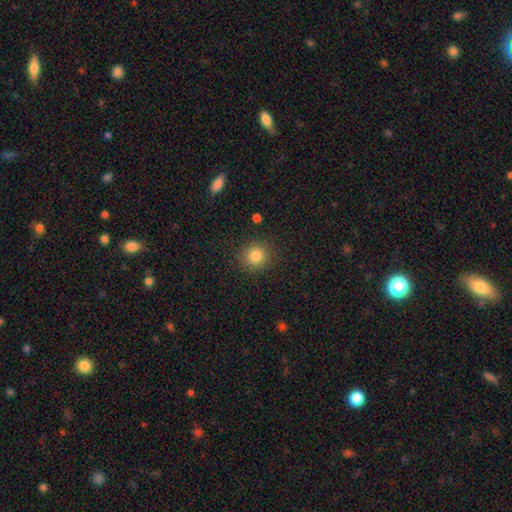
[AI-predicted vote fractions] Morphology: type=smooth (83%); roundness=round (91%); merging=none (89%).